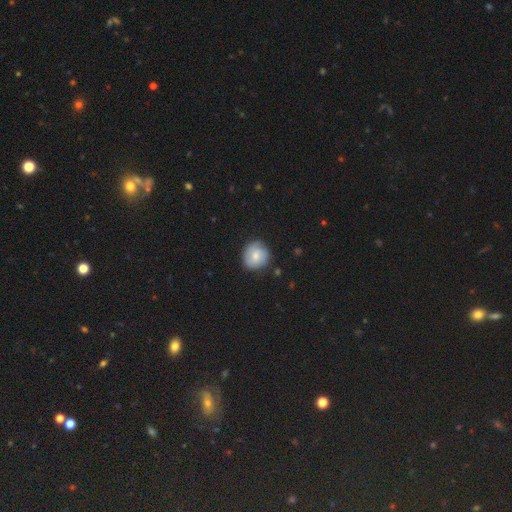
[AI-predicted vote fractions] Morphology: type=smooth (68%); roundness=round (88%); merging=none (79%).